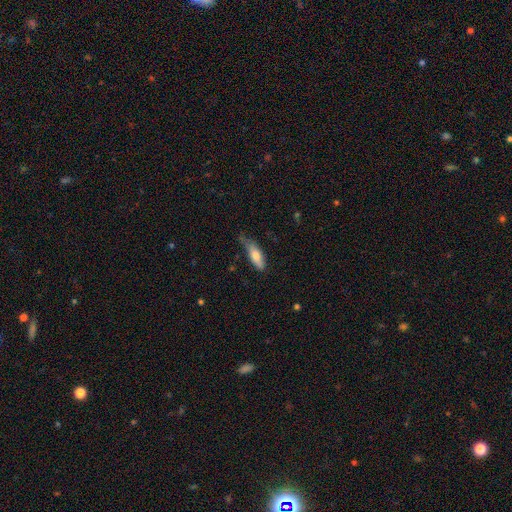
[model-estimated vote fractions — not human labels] Smooth or featured: smooth — 71% (featured or disk — 23%)
How rounded: in between — 56% (cigar-shaped — 42%)
Merging: none — 46% (minor disturbance — 40%)